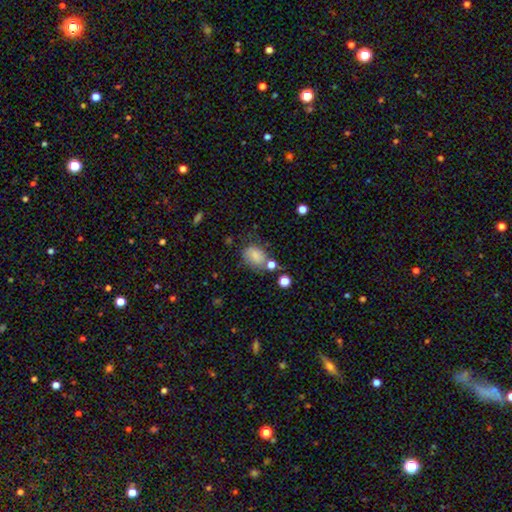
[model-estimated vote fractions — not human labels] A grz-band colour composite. It shows a smooth galaxy with no disk features (80%) that is in between round and cigar-shaped (68%). Merging: none (55%).